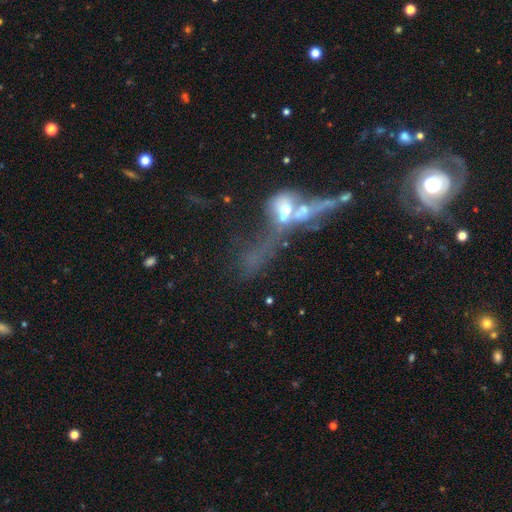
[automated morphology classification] featured or disk 52%, smooth 27%, star or artifact 22%. Down the decision tree: edge-on disk — no (71%); merging — merger (61%).